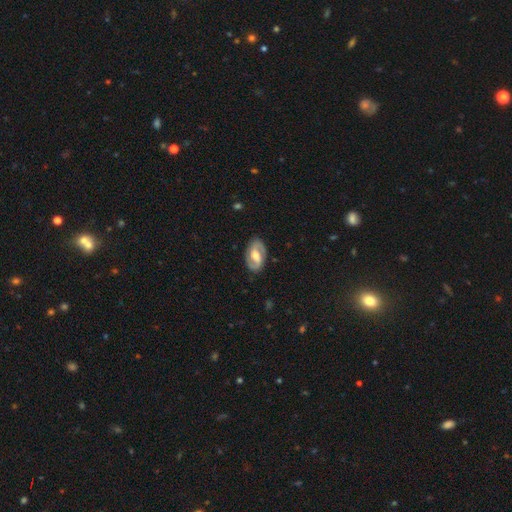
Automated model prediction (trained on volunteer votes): This appears to be a featured or disk galaxy (75%) with a weak bar (48%), 2 (89%) medium (48%) spiral arms (87%) and a moderate central bulge (67%). Merging: none (84%).